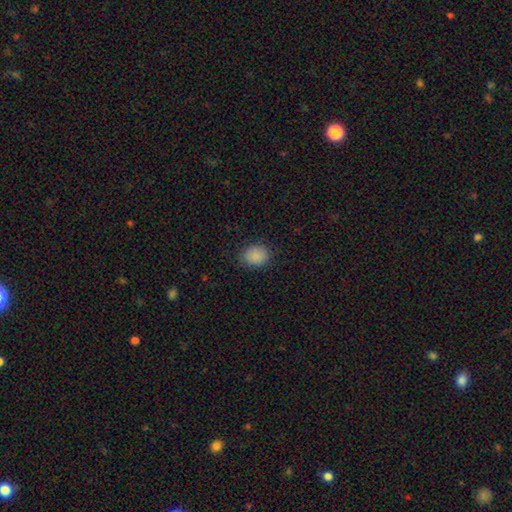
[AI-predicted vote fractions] This appears to be a smooth galaxy with no disk features (88%) that is round (52%). Merging: none (85%).